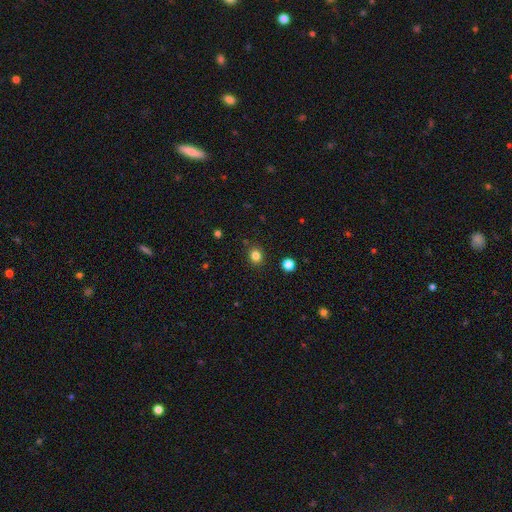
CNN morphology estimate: type=smooth (82%); roundness=round (78%); merging=none (89%).